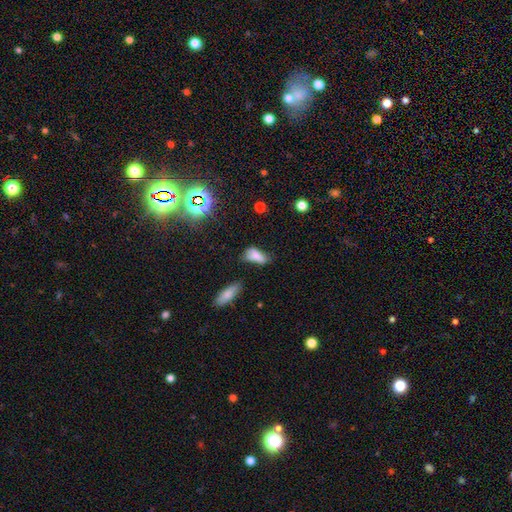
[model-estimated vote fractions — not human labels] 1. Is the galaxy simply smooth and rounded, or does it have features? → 75% smooth, 13% star or artifact, 12% featured or disk.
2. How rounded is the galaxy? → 85% in between, 11% cigar-shaped, 4% round.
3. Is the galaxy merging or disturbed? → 41% none, 35% minor disturbance, 15% major disturbance, 9% merger.